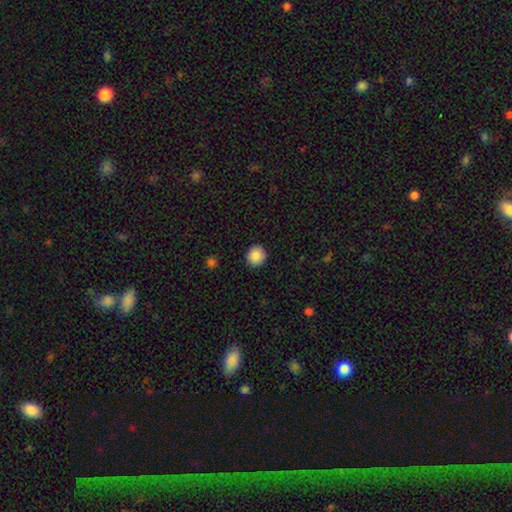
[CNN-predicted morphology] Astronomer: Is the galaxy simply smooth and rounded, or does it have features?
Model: smooth — 87%.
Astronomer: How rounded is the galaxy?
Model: round — 91%.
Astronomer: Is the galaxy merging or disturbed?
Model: none — 92%.